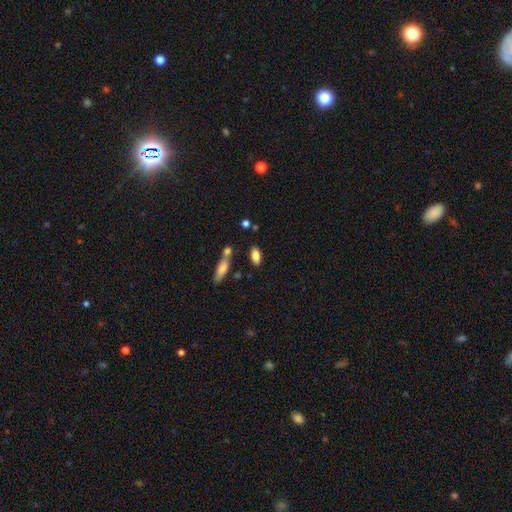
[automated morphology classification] A smooth galaxy with no disk features (84%) that is in between round and cigar-shaped (87%).

Vote fractions:
- Smooth or featured? smooth: 84% / featured or disk: 8% / star or artifact: 8%
- How rounded? in between: 87% / cigar-shaped: 9% / round: 4%
- Merging? none: 74% / minor disturbance: 12% / merger: 11% / major disturbance: 3%